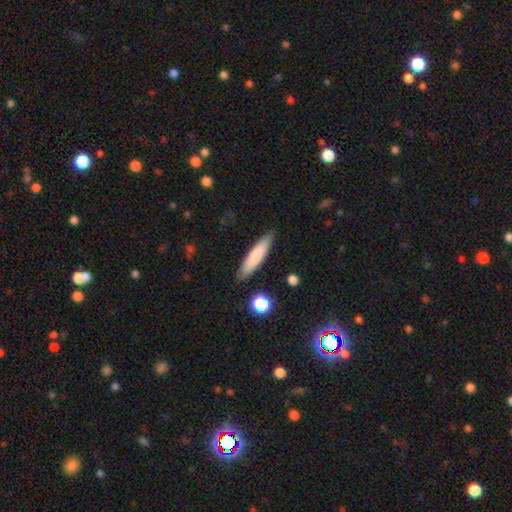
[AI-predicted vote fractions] This appears to be a smooth galaxy with no disk features (79%) that is cigar-shaped (82%). Merging: none (87%).